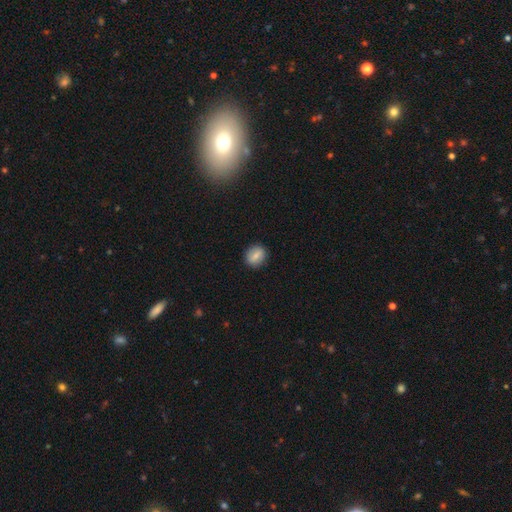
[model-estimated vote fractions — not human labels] Q: Smooth or featured?
A: smooth (70%); runner-up: featured or disk (22%)
Q: How rounded?
A: round (70%); runner-up: in between (29%)
Q: Merging?
A: none (89%); runner-up: minor disturbance (8%)